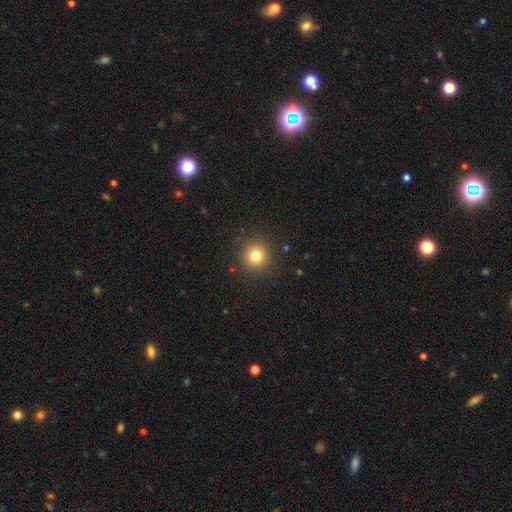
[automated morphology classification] smooth 80%, star or artifact 13%, featured or disk 7%. Down the decision tree: how rounded — round (95%); merging — none (90%).